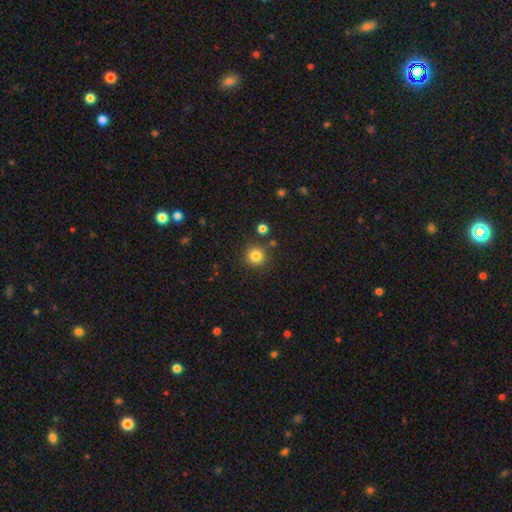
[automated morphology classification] Smooth or featured?
  - smooth: 82% *
  - star or artifact: 12%
  - featured or disk: 6%
How rounded?
  - round: 93% *
  - in between: 6%
  - cigar-shaped: 1%
Merging?
  - none: 83% *
  - minor disturbance: 9%
  - merger: 6%
  - major disturbance: 3%